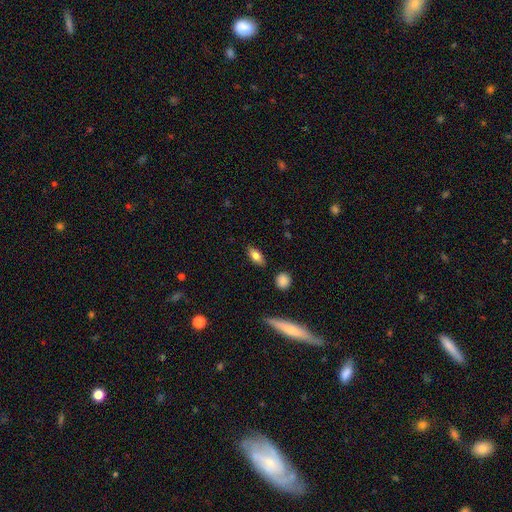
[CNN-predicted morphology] Smooth or featured? smooth (76%)
How rounded? in between (80%)
Merging? none (85%)